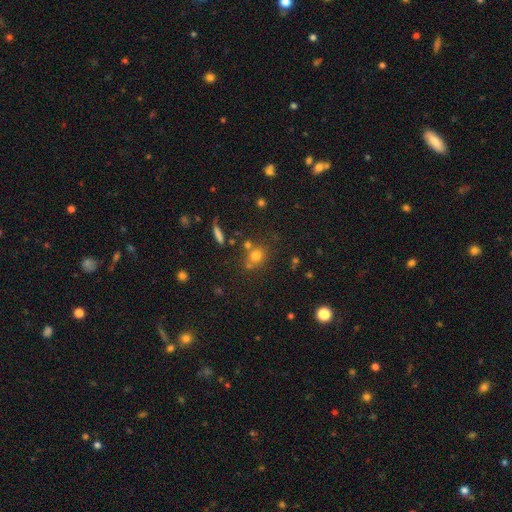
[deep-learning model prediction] A smooth galaxy with no disk features (71%) that is round (73%). Merging: none (62%).